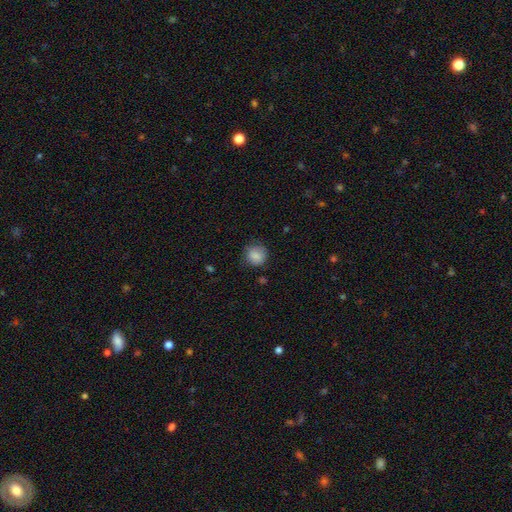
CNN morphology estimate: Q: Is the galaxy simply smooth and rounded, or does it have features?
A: smooth — 85%.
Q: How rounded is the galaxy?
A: round — 86%.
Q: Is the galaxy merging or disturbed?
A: none — 75%.